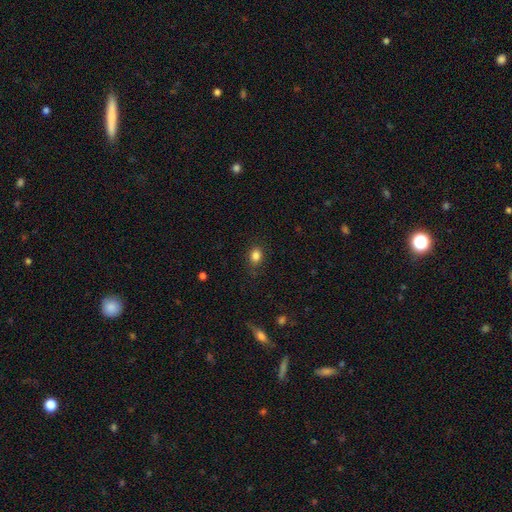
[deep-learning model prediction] Morphology: type=smooth (84%); roundness=in between (53%); merging=none (82%).